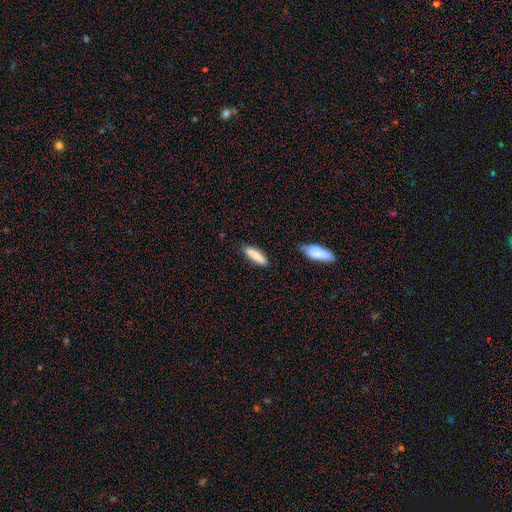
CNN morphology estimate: smooth 78%, featured or disk 16%, star or artifact 6%. Down the decision tree: how rounded — cigar-shaped (63%); merging — none (83%).